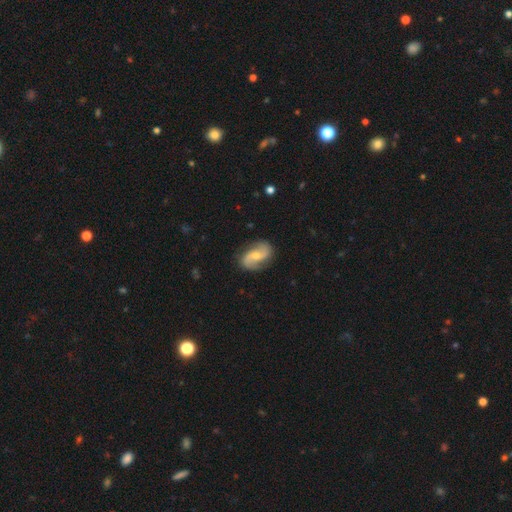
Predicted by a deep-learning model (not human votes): This appears to be a featured or disk galaxy (84%) with no bar (47%), 2 (92%) loose (48%) spiral arms (96%) and a moderate central bulge (50%). Merging: none (83%).